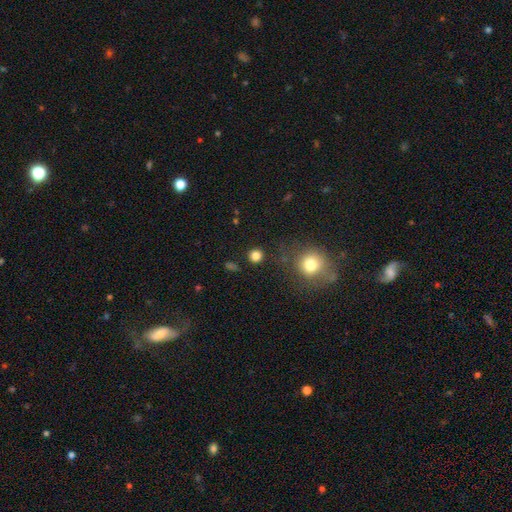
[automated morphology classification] Q: Smooth or featured?
A: smooth (82%); runner-up: star or artifact (14%)
Q: How rounded?
A: round (91%); runner-up: in between (8%)
Q: Merging?
A: none (88%); runner-up: minor disturbance (6%)